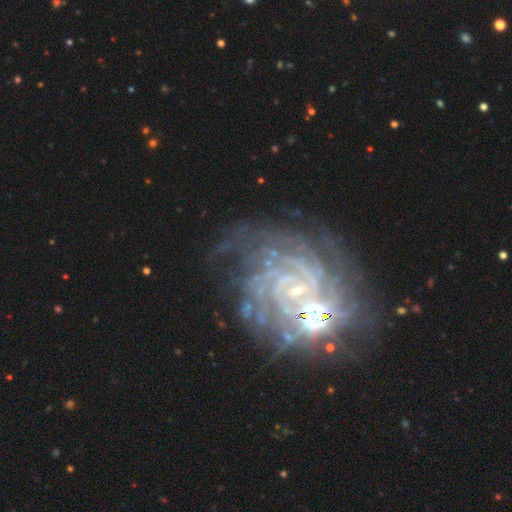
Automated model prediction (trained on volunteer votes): Smooth or featured: featured or disk — 78% (star or artifact — 15%)
Edge-on disk: no — 97% (yes — 3%)
Bar: no — 62% (weak — 27%)
Spiral arms: yes — 94% (no — 6%)
Spiral winding: tight — 72% (medium — 22%)
Spiral arm count: can't tell — 26% (tied with more than 4 — 26%)
Bulge size: small — 68% (moderate — 16%)
Merging: none — 63% (minor disturbance — 17%)